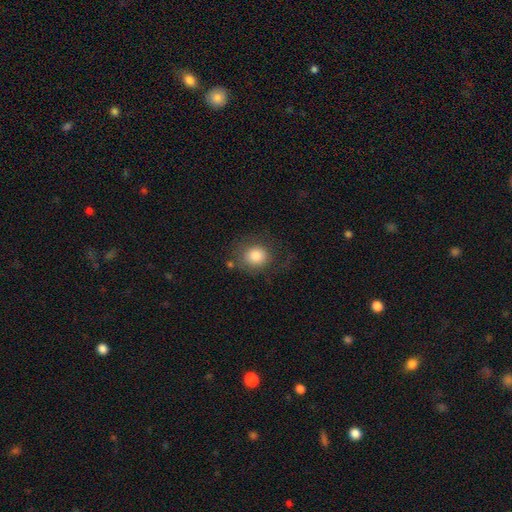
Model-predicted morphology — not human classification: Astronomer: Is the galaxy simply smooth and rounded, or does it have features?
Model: smooth — 80%.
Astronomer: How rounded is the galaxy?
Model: round — 77%.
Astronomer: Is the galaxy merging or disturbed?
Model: none — 65%.